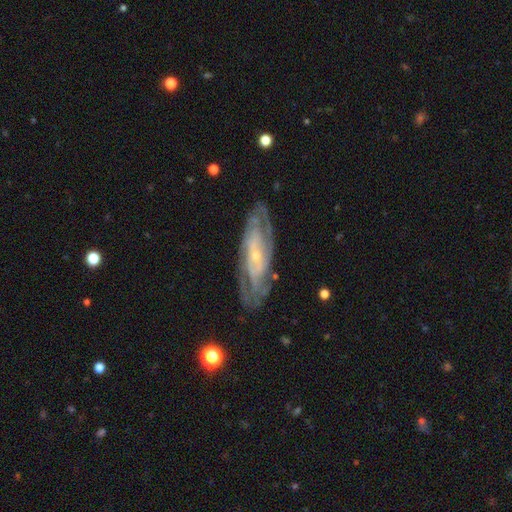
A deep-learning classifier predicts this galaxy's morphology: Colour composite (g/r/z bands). It shows a featured or disk galaxy (82%) with no bar (64%), tight (65%) spiral arms (89%) and a small central bulge (80%). Merging: none (77%).